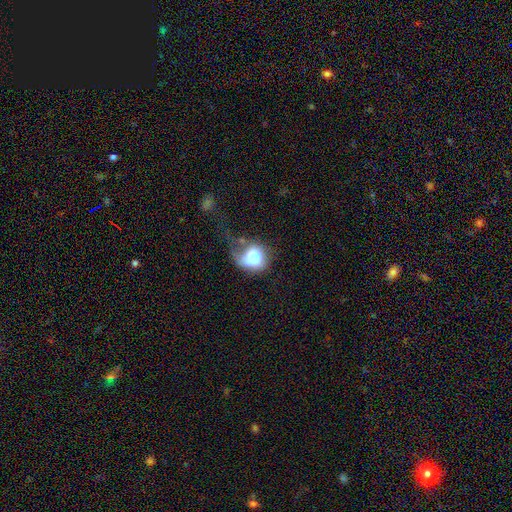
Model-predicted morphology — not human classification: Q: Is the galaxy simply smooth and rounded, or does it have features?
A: smooth — 67%.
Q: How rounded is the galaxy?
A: round — 64%.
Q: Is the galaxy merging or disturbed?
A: major disturbance — 40%.